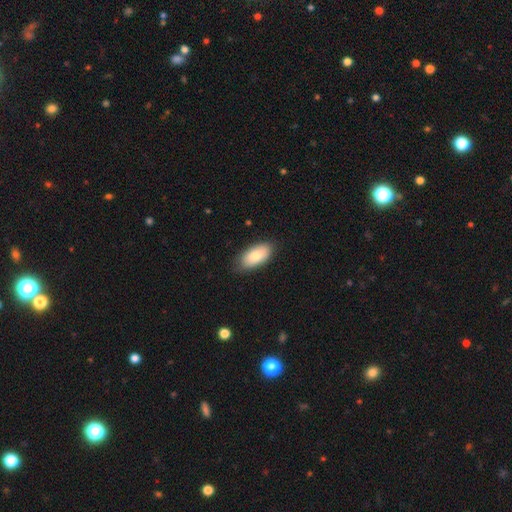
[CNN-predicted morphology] Smooth or featured? smooth (81%)
How rounded? in between (92%)
Merging? none (82%)